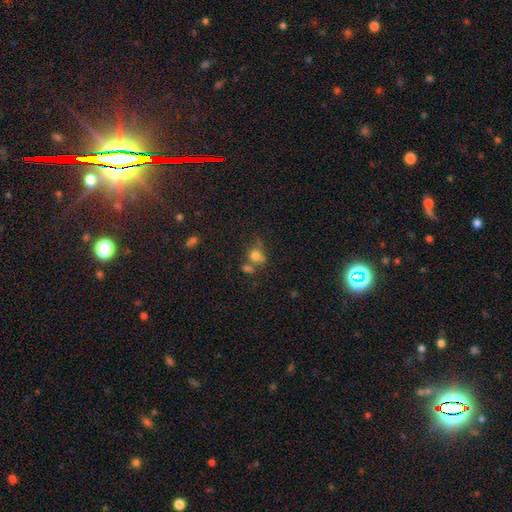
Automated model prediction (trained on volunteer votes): smooth 72%, featured or disk 14%, star or artifact 14%. Down the decision tree: how rounded — round (68%); merging — none (38%).